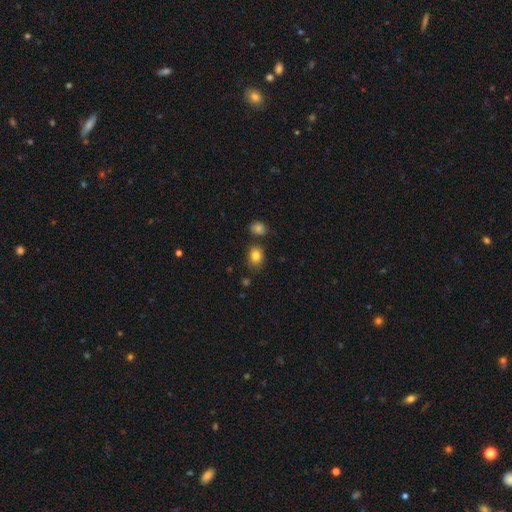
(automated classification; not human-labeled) A smooth galaxy with no disk features (83%) that is round (54%). Merging: none (78%).